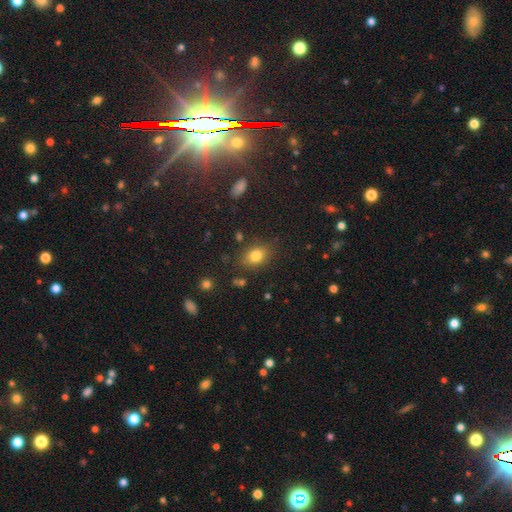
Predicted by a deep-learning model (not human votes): Q: Smooth or featured?
A: smooth (80%); runner-up: star or artifact (12%)
Q: How rounded?
A: in between (68%); runner-up: round (30%)
Q: Merging?
A: none (79%); runner-up: minor disturbance (14%)